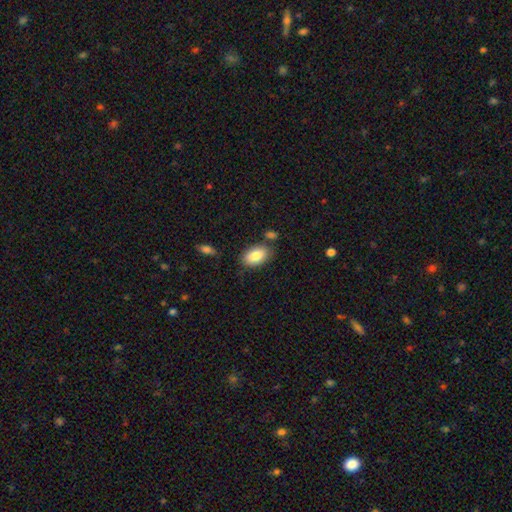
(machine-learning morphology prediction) A smooth galaxy with no disk features (84%) that is in between round and cigar-shaped (93%). Merging: none (79%).